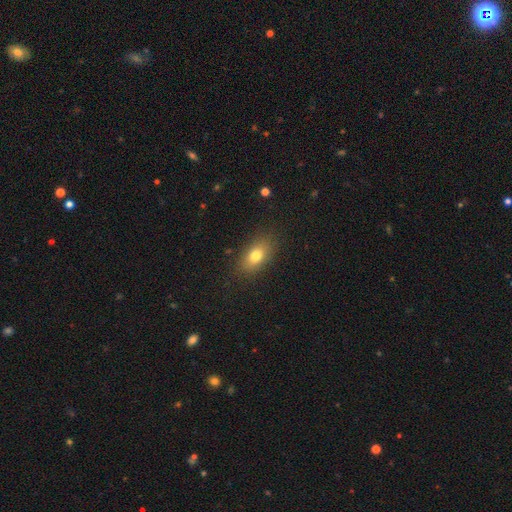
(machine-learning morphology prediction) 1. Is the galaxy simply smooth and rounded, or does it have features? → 78% smooth, 13% featured or disk, 10% star or artifact.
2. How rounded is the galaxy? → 83% in between, 10% round, 7% cigar-shaped.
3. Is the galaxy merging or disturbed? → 84% none, 11% minor disturbance, 4% major disturbance, 1% merger.